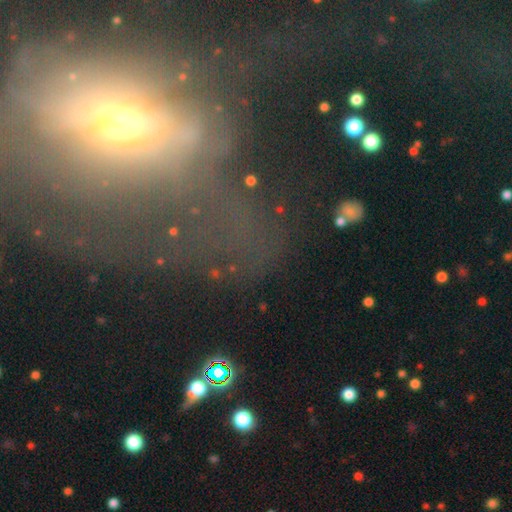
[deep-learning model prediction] Smooth or featured: featured or disk — 37% (star or artifact — 36%)
Merging: none — 42% (major disturbance — 36%)